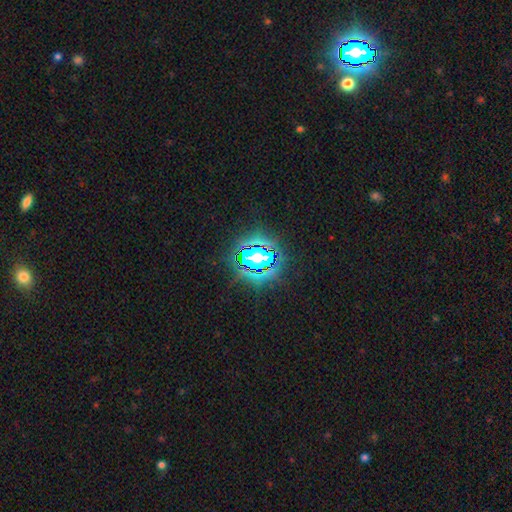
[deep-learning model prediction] A star or artifact, not a galaxy (79%).